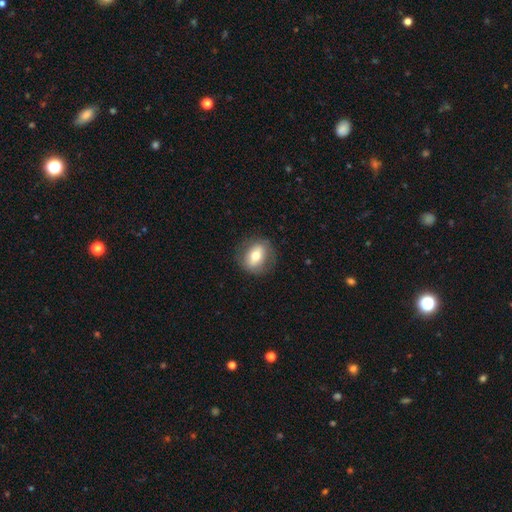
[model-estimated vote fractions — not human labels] Smooth or featured? smooth (62%)
How rounded? in between (49%, tied with round)
Merging? none (81%)